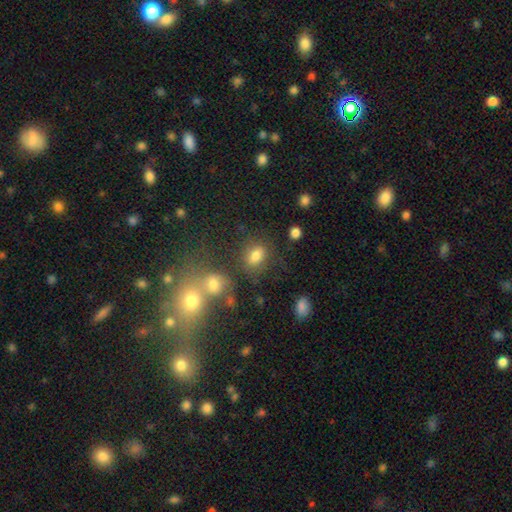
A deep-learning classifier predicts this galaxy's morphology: Overall: smooth (77%). How rounded: in between (73%). Merging: none (68%).